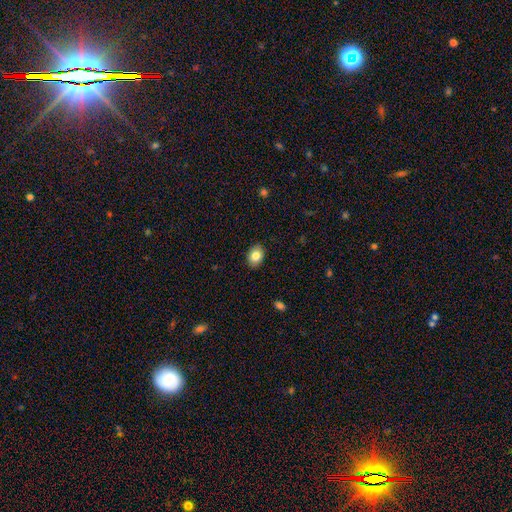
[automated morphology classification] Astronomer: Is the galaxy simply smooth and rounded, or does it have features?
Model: smooth — 84%.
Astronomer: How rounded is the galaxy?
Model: in between — 74%.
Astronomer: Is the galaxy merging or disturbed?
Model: none — 88%.